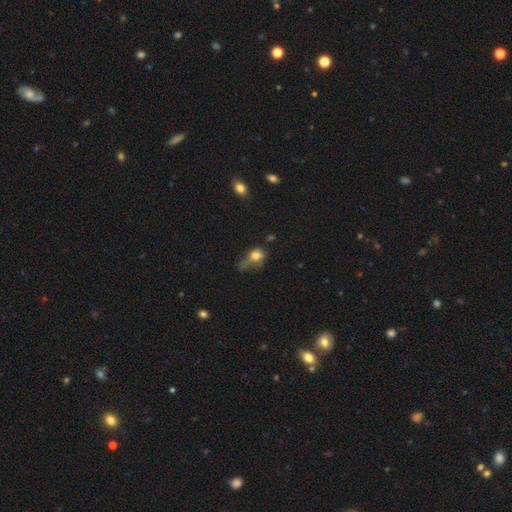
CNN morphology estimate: A smooth galaxy with no disk features (72%) that is round (49%).

Vote fractions:
- Smooth or featured? smooth: 72% / featured or disk: 16% / star or artifact: 13%
- How rounded? round: 49% / in between: 47% / cigar-shaped: 4%
- Merging? major disturbance: 41% / minor disturbance: 26% / none: 24% / merger: 10%